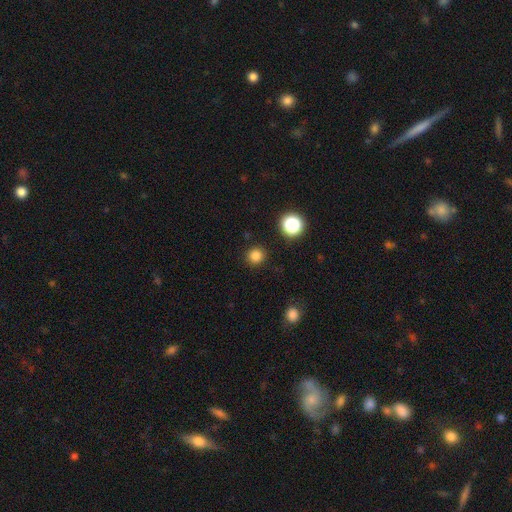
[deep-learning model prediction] A smooth galaxy with no disk features (82%) that is round (94%).

Vote fractions:
- Smooth or featured? smooth: 82% / star or artifact: 14% / featured or disk: 4%
- How rounded? round: 94% / in between: 5% / cigar-shaped: 1%
- Merging? none: 91% / minor disturbance: 5% / major disturbance: 2% / merger: 1%